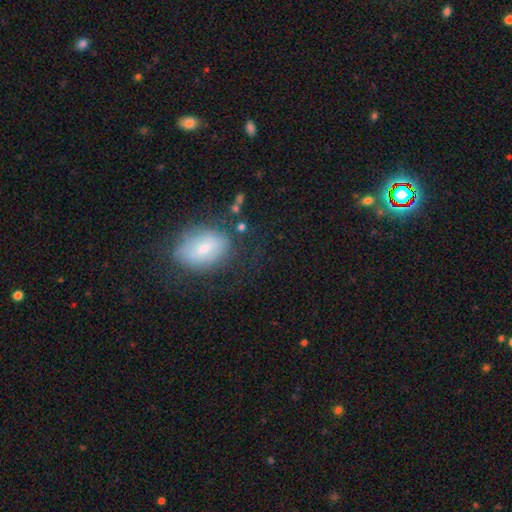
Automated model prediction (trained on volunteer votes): A smooth galaxy with no disk features (54%) that is in between round and cigar-shaped (71%).

Vote fractions:
- Smooth or featured? smooth: 54% / featured or disk: 24% / star or artifact: 23%
- How rounded? in between: 71% / round: 27% / cigar-shaped: 2%
- Merging? none: 67% / minor disturbance: 20% / major disturbance: 10% / merger: 3%